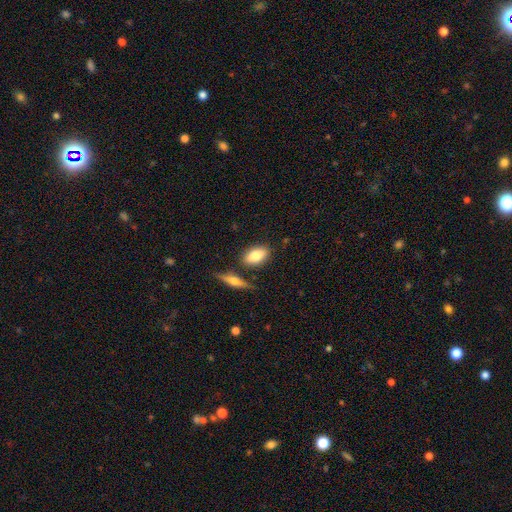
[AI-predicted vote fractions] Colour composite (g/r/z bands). It shows a smooth galaxy with no disk features (79%) that is in between round and cigar-shaped (87%). Merging: none (76%).